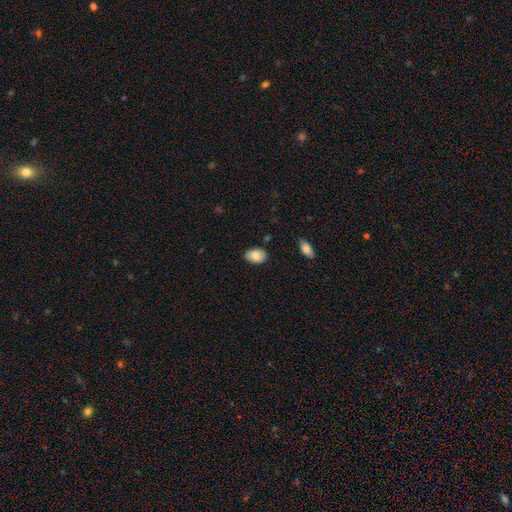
Morphology: type=smooth (81%); roundness=in between (87%); merging=none (74%).